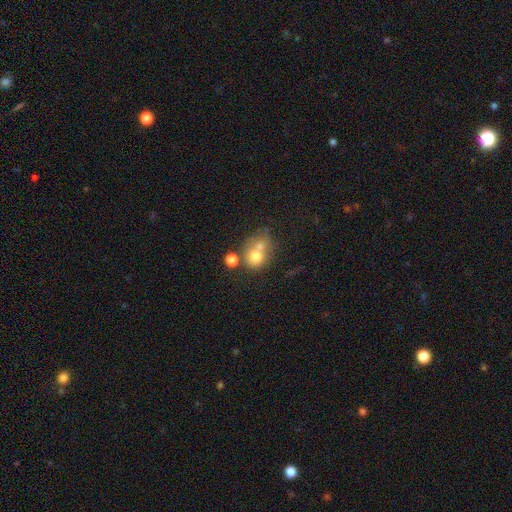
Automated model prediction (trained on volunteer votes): Morphology: type=smooth (68%); roundness=round (67%); merging=merger (53%).